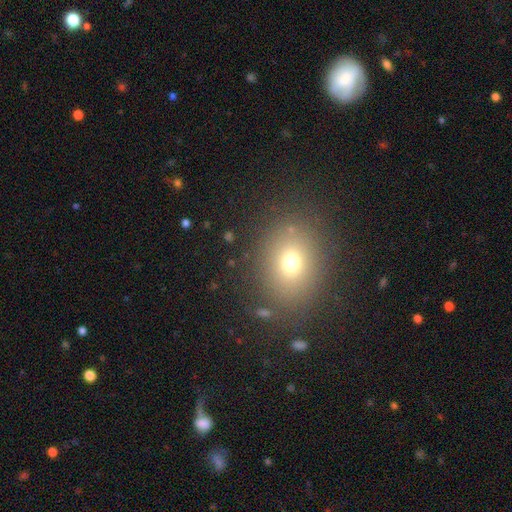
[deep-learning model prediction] A smooth galaxy with no disk features (65%) that is round (51%).

Vote fractions:
- Smooth or featured? smooth: 65% / star or artifact: 24% / featured or disk: 11%
- How rounded? round: 51% / in between: 48% / cigar-shaped: 1%
- Merging? none: 87% / minor disturbance: 8% / major disturbance: 3% / merger: 2%